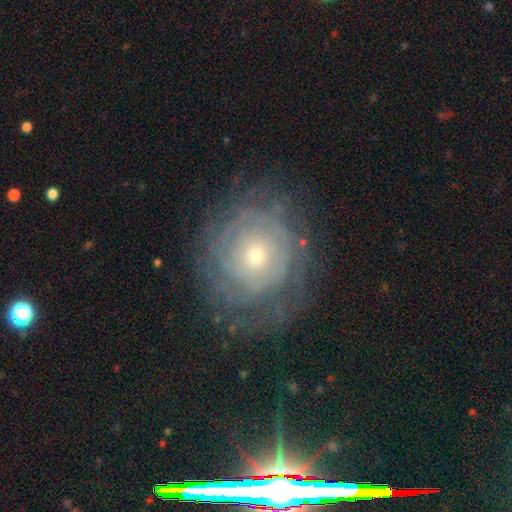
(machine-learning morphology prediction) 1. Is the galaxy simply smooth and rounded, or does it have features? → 76% featured or disk, 15% smooth, 9% star or artifact.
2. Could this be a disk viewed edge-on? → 97% no, 3% yes.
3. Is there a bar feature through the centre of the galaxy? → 82% no, 14% weak, 4% strong.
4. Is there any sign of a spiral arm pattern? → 87% yes, 13% no.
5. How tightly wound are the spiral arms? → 81% tight, 14% medium, 5% loose.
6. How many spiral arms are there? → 54% can't tell, 12% 2, 10% 4, 9% 3, 9% more than 4, 6% 1.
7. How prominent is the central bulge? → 62% small, 34% moderate, 2% large, 1% none, 1% dominant.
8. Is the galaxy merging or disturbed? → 75% none, 15% minor disturbance, 8% major disturbance, 1% merger.